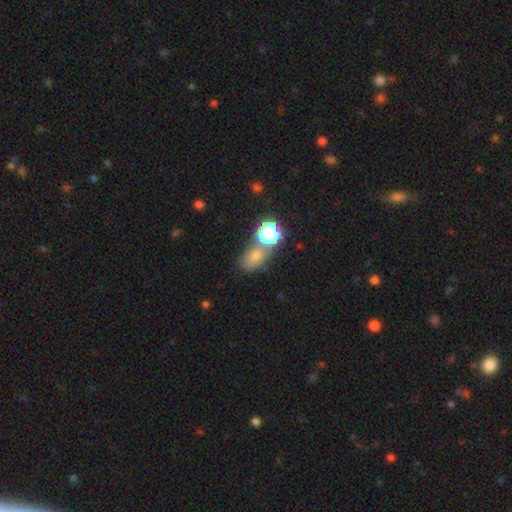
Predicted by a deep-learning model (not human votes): This appears to be a smooth galaxy with no disk features (63%) that is in between round and cigar-shaped (58%). Merging: none (54%).